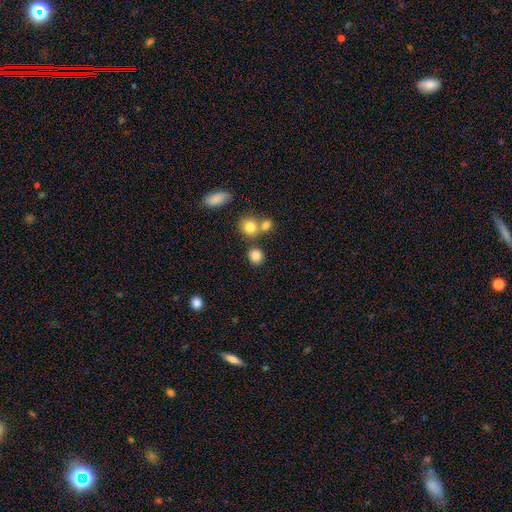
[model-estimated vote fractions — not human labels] A smooth galaxy with no disk features (83%) that is round (84%).

Vote fractions:
- Smooth or featured? smooth: 83% / star or artifact: 12% / featured or disk: 5%
- How rounded? round: 84% / in between: 15% / cigar-shaped: 1%
- Merging? none: 71% / merger: 16% / minor disturbance: 9% / major disturbance: 4%